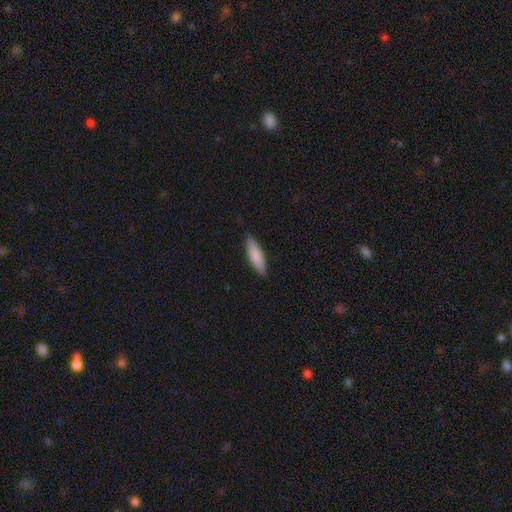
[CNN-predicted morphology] smooth 85%, featured or disk 10%, star or artifact 5%. Down the decision tree: how rounded — cigar-shaped (54%); merging — none (84%).